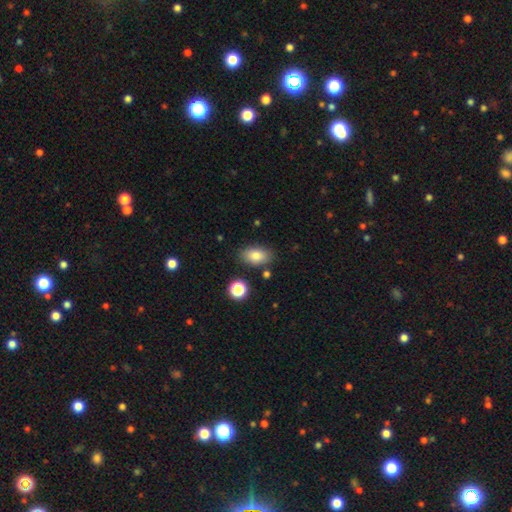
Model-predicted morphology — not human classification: Smooth or featured? smooth (82%)
How rounded? in between (89%)
Merging? none (80%)